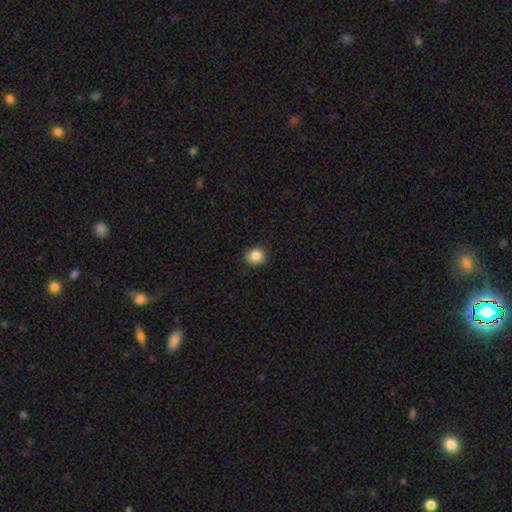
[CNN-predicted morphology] smooth-or-featured: smooth: 86% | star or artifact: 10% | featured or disk: 4%
  how-rounded: round: 81% | in between: 18% | cigar-shaped: 1%
  merging: none: 85% | minor disturbance: 12% | major disturbance: 2% | merger: 1%